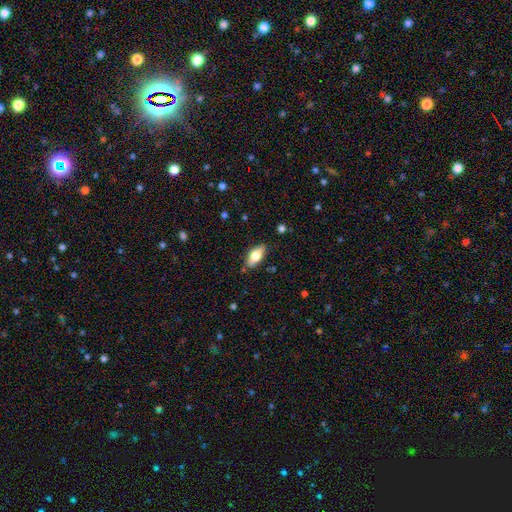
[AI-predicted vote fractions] Smooth or featured? smooth (65%)
How rounded? in between (83%)
Merging? none (82%)